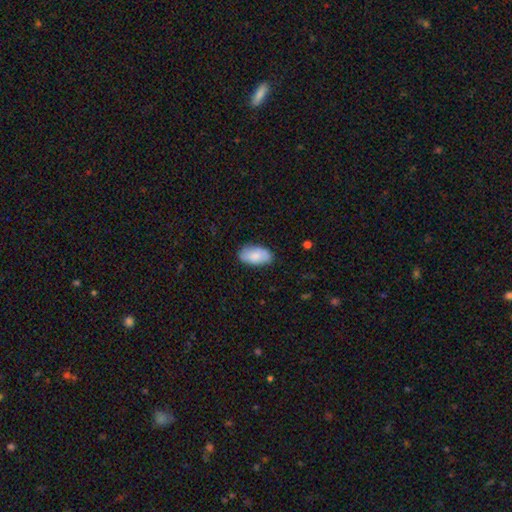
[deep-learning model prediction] Smooth or featured? Predicted: smooth (p=0.83). How rounded? Predicted: in between (p=0.95). Merging? Predicted: none (p=0.83).